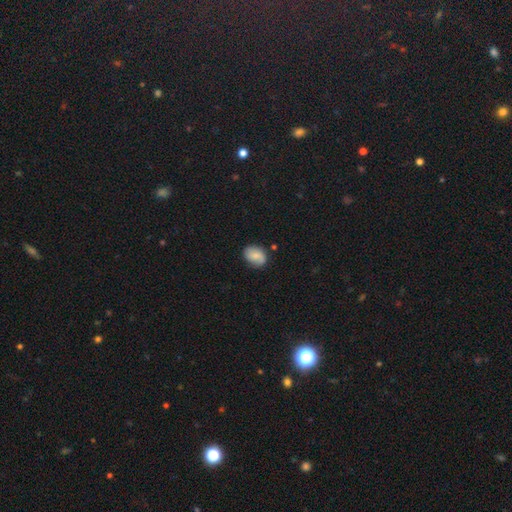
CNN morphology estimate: smooth-or-featured: smooth: 68% | featured or disk: 24% | star or artifact: 8%
  how-rounded: in between: 65% | round: 34% | cigar-shaped: 1%
  merging: none: 75% | minor disturbance: 19% | major disturbance: 4% | merger: 2%